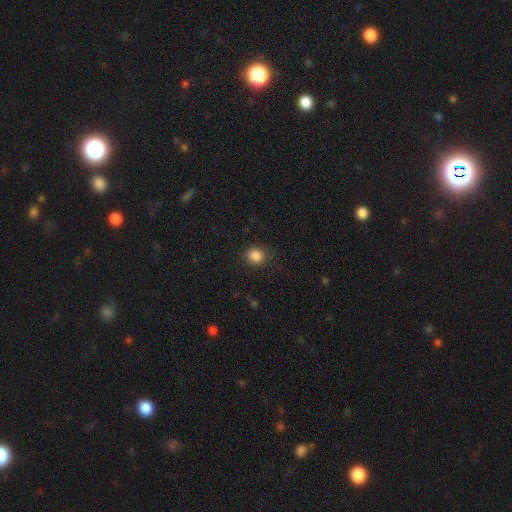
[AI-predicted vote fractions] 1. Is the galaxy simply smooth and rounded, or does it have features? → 86% smooth, 11% star or artifact, 4% featured or disk.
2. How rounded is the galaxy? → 87% round, 12% in between, 1% cigar-shaped.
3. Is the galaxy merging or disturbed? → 85% none, 10% minor disturbance, 4% major disturbance, 1% merger.